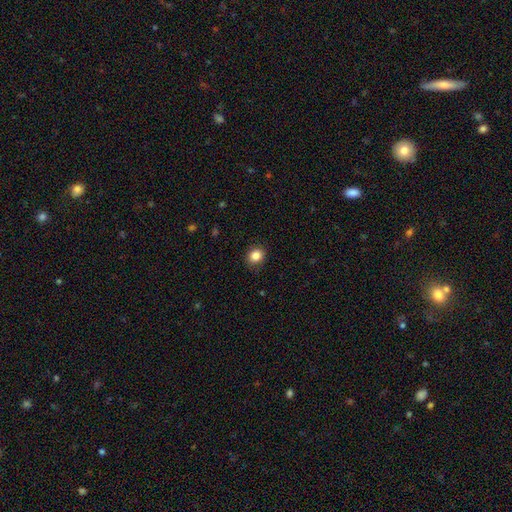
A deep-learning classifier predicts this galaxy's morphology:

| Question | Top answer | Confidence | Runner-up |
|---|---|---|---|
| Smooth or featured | smooth | 85% | star or artifact (10%) |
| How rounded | round | 76% | in between (23%) |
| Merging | none | 89% | minor disturbance (8%) |